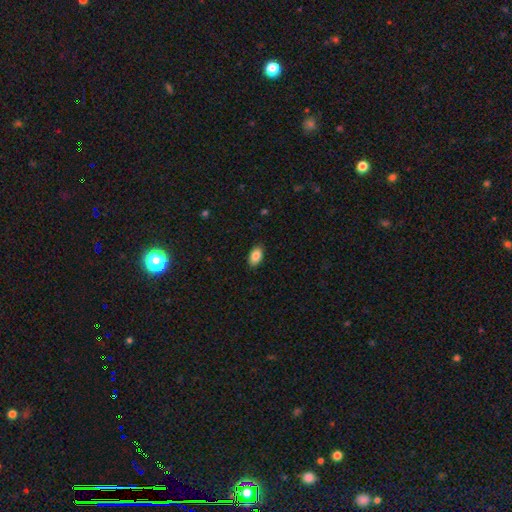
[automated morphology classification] type=smooth (87%); roundness=in between (92%); merging=none (88%).